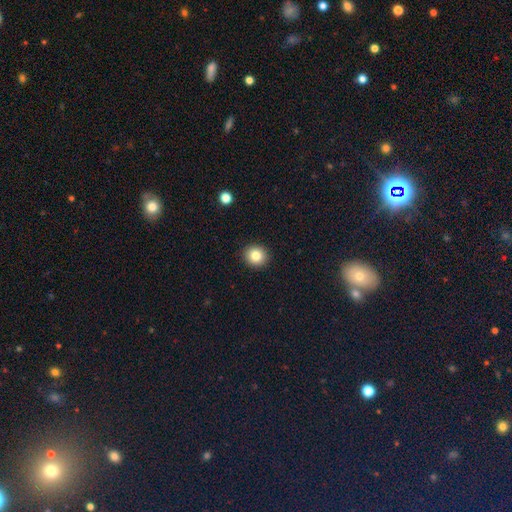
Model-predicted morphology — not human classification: smooth-or-featured: smooth: 83% | star or artifact: 10% | featured or disk: 7%
  how-rounded: round: 86% | in between: 13% | cigar-shaped: 1%
  merging: none: 92% | minor disturbance: 5% | major disturbance: 2% | merger: 1%